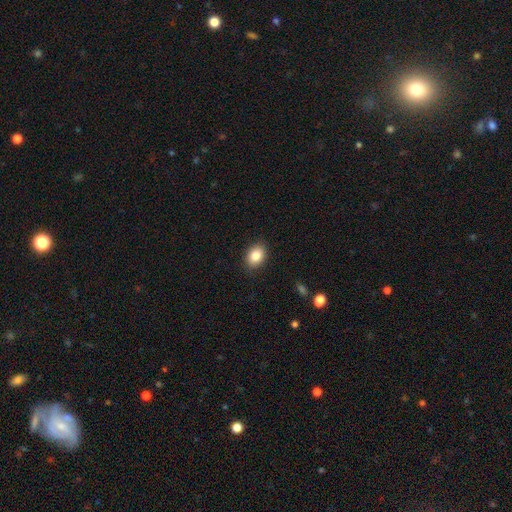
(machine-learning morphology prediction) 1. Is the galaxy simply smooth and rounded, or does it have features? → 85% smooth, 8% star or artifact, 6% featured or disk.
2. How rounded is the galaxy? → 70% in between, 29% round, 1% cigar-shaped.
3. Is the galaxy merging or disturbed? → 88% none, 9% minor disturbance, 2% major disturbance, 1% merger.